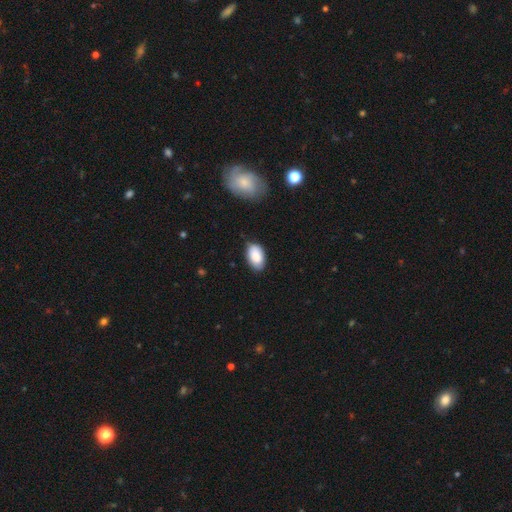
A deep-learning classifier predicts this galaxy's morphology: This appears to be a smooth galaxy with no disk features (87%) that is in between round and cigar-shaped (94%). Merging: none (78%).